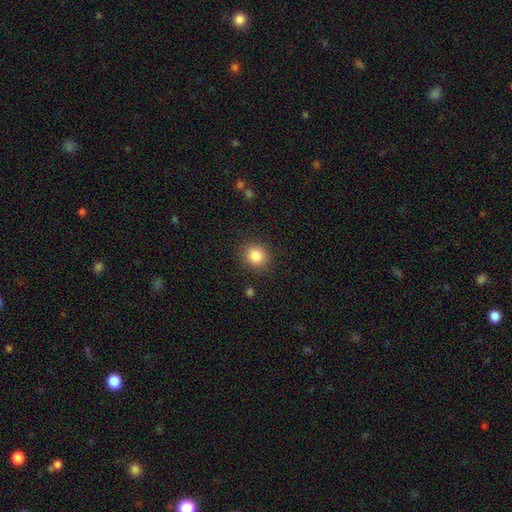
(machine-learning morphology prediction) type=smooth (85%); roundness=round (85%); merging=none (89%).